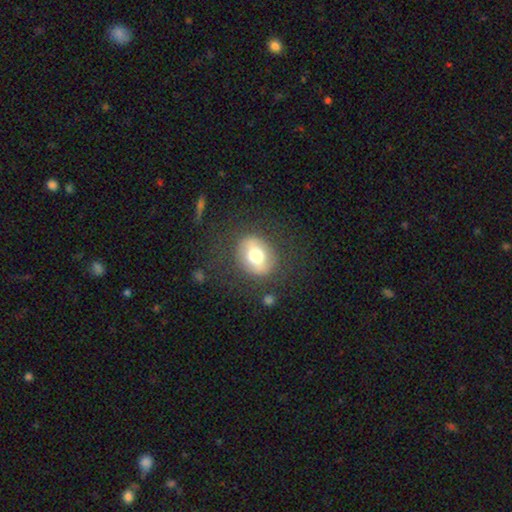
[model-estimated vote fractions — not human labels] The model was most divided on "how rounded": round: 58%, in between: 40%, cigar-shaped: 1%. More confident: merging — none (79%); smooth or featured — smooth (58%).